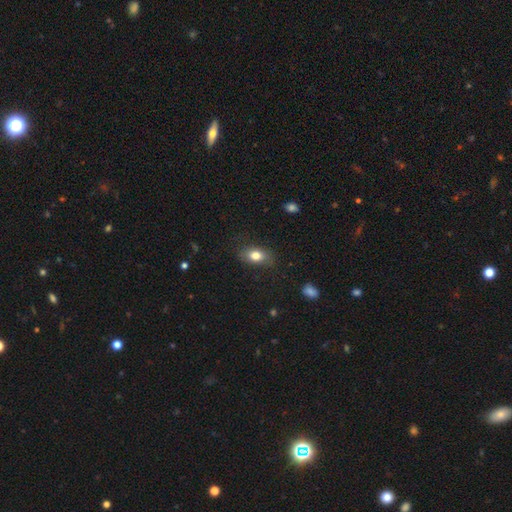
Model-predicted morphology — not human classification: smooth 79%, featured or disk 12%, star or artifact 8%. Down the decision tree: how rounded — in between (84%); merging — none (79%).